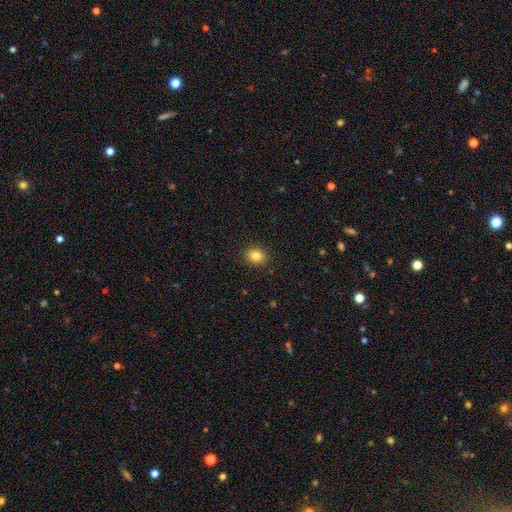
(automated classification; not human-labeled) Smooth or featured? Predicted: smooth (p=0.84). How rounded? Predicted: round (p=0.67). Merging? Predicted: none (p=0.91).